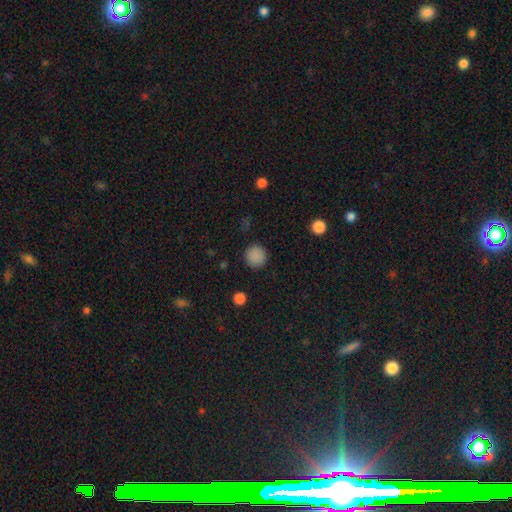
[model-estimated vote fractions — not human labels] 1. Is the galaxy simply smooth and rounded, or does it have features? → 86% smooth, 11% star or artifact, 3% featured or disk.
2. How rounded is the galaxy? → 94% round, 5% in between, 1% cigar-shaped.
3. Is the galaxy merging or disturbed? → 90% none, 6% minor disturbance, 2% major disturbance, 1% merger.